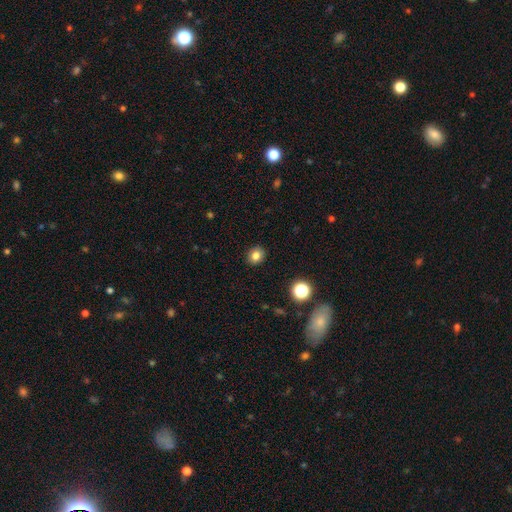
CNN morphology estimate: smooth_or_featured: smooth (p=0.81) [alt: star or artifact p=0.12]
how_rounded: round (p=0.69) [alt: in between p=0.30]
merging: none (p=0.91) [alt: minor disturbance p=0.07]